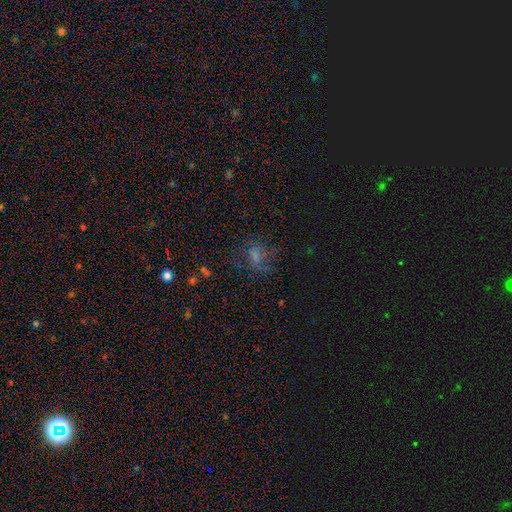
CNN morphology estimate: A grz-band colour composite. It shows a smooth galaxy with no disk features (42%). Merging: none (60%).